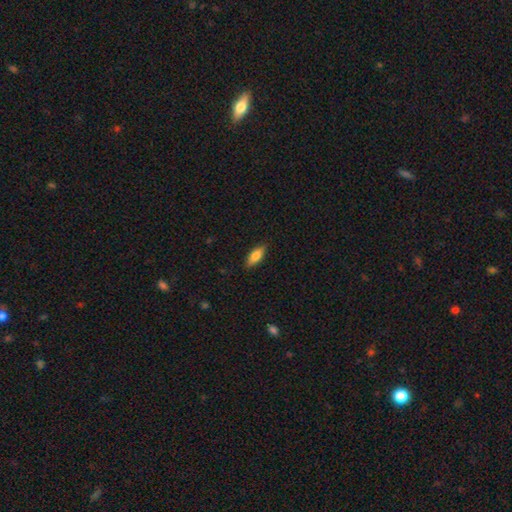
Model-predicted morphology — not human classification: Smooth or featured: smooth — 79% (featured or disk — 15%)
How rounded: in between — 74% (cigar-shaped — 23%)
Merging: none — 85% (minor disturbance — 11%)